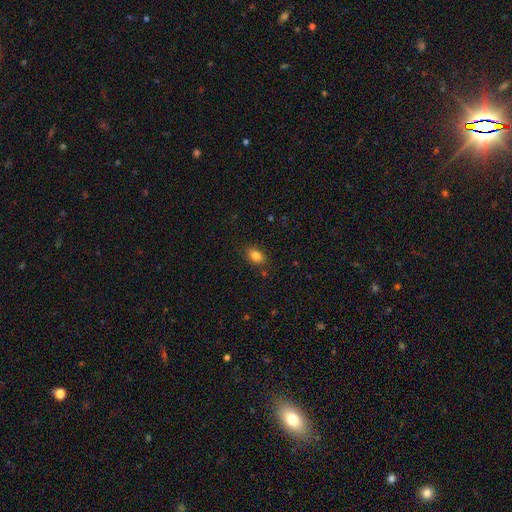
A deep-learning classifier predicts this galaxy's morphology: Smooth or featured? Predicted: smooth (p=0.84). How rounded? Predicted: in between (p=0.84). Merging? Predicted: none (p=0.84).